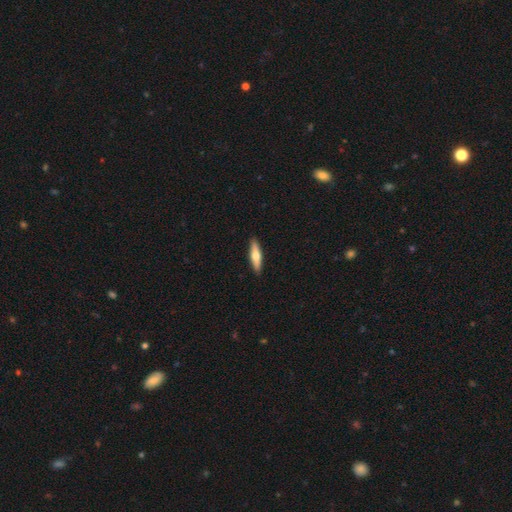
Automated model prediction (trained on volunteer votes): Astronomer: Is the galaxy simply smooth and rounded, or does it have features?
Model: smooth — 55% (runner-up: featured or disk, 39%).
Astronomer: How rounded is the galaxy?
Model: cigar-shaped — 73%.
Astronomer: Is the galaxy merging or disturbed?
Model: none — 91%.